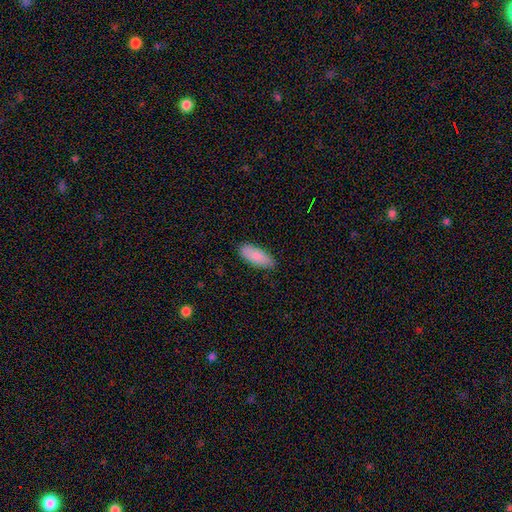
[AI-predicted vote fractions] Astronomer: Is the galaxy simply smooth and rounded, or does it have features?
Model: smooth — 86%.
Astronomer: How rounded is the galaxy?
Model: in between — 82%.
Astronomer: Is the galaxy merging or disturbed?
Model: none — 83%.